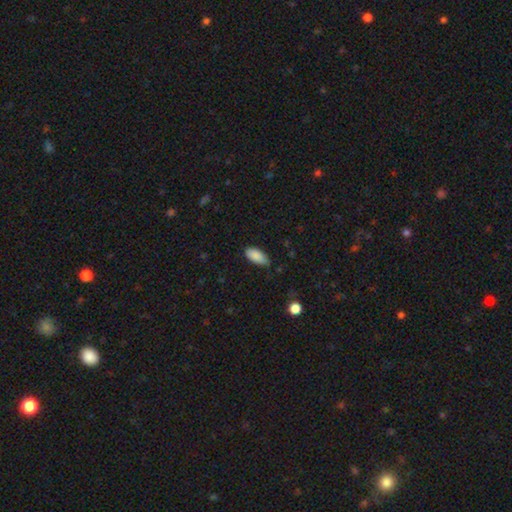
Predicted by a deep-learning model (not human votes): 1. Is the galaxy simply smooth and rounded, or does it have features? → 88% smooth, 7% star or artifact, 6% featured or disk.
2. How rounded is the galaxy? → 91% in between, 7% cigar-shaped, 2% round.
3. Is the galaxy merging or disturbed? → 72% none, 23% minor disturbance, 3% major disturbance, 1% merger.